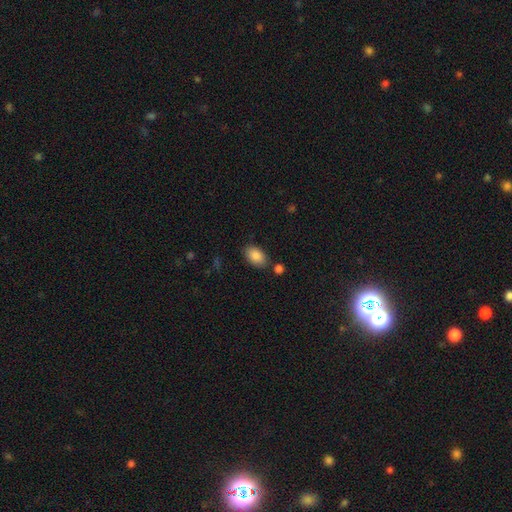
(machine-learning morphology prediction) Overall: smooth (88%). How rounded: in between (92%). Merging: none (78%).